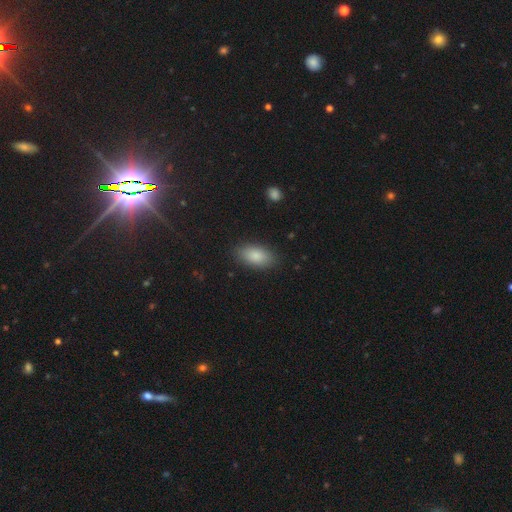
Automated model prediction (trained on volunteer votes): The model was most divided on "merging": none: 86%, minor disturbance: 10%, major disturbance: 3%, merger: 1%. More confident: how rounded — in between (92%); smooth or featured — smooth (86%).